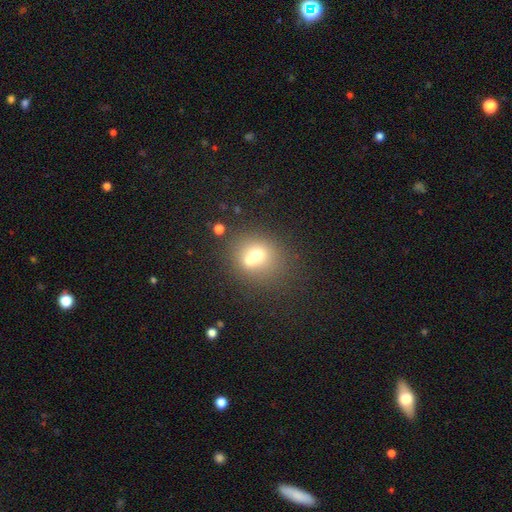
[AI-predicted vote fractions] Smooth or featured? Predicted: smooth (p=0.64). How rounded? Predicted: round (p=0.77). Merging? Predicted: merger (p=0.44, tied with none).